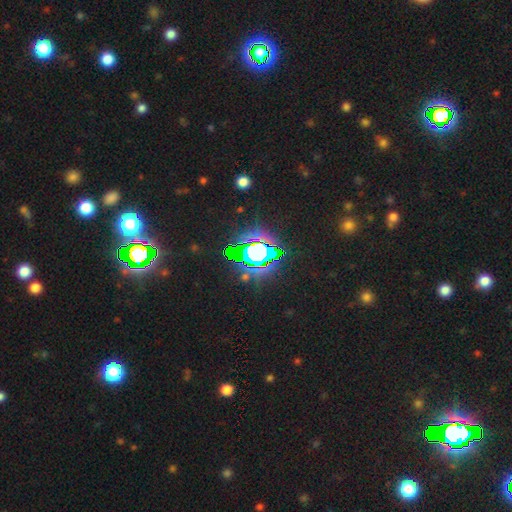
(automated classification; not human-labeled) Overall: star or artifact (71%).